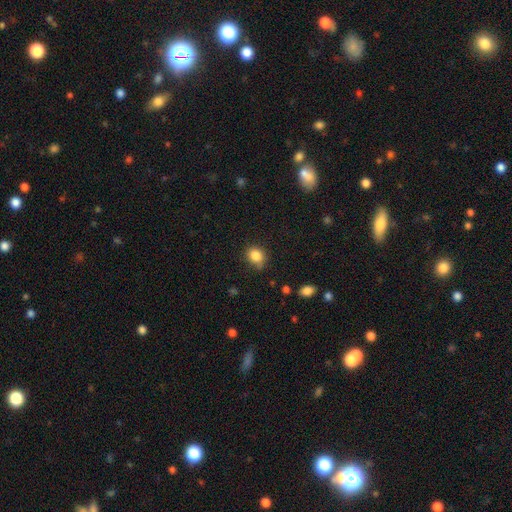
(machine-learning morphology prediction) Smooth or featured? smooth (85%)
How rounded? round (64%)
Merging? none (67%)